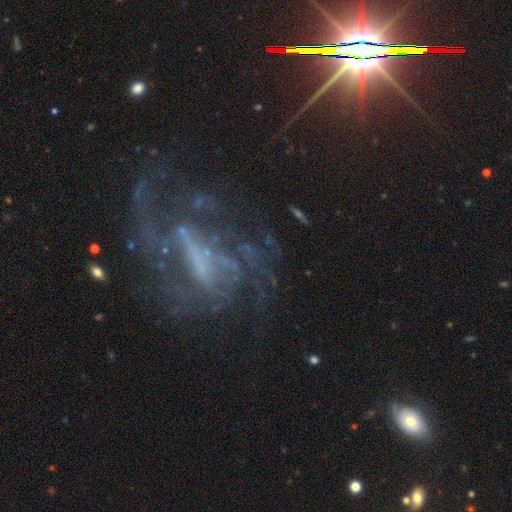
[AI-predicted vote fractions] Smooth or featured?
  - featured or disk: 73% *
  - star or artifact: 18%
  - smooth: 9%
Edge-on disk?
  - no: 94% *
  - yes: 6%
Bar?
  - strong: 35% *
  - weak: 33%
  - no: 31%
Spiral arms?
  - yes: 74% *
  - no: 26%
Spiral winding?
  - medium: 39% *
  - loose: 36%
  - tight: 25%
Spiral arm count?
  - can't tell: 41% *
  - 2: 21%
  - 3: 13%
  - 1: 9%
  - 4: 8%
  - more than 4: 7%
Bulge size?
  - none: 55% *
  - small: 24%
  - moderate: 15%
  - large: 4%
  - dominant: 2%
Merging?
  - none: 44% *
  - major disturbance: 36%
  - minor disturbance: 16%
  - merger: 5%